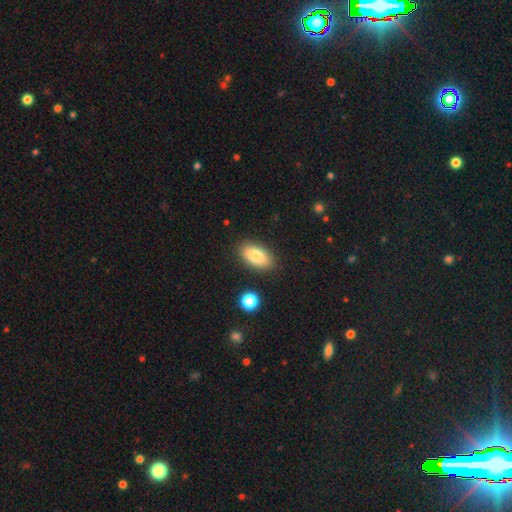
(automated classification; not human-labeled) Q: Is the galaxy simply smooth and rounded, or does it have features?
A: smooth — 84%.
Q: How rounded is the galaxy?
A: in between — 92%.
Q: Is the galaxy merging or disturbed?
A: none — 86%.